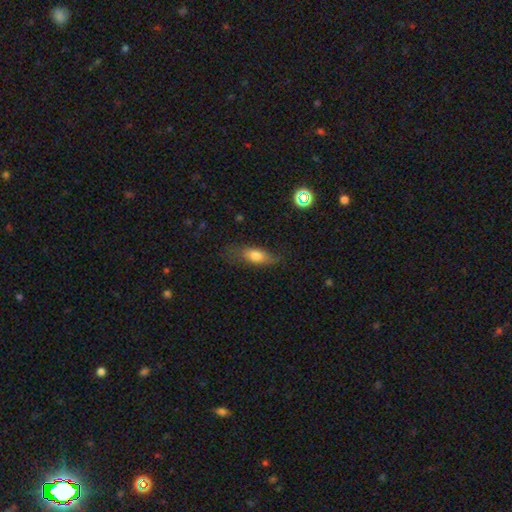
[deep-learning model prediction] smooth_or_featured: smooth (p=0.73) [alt: featured or disk p=0.19]
how_rounded: in between (p=0.70) [alt: cigar-shaped p=0.25]
merging: none (p=0.66) [alt: minor disturbance p=0.24]